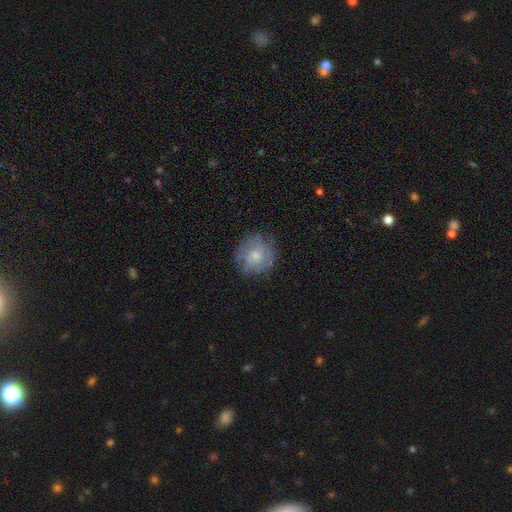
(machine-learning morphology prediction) A smooth galaxy with no disk features (52%) that is round (88%). Merging: none (72%).